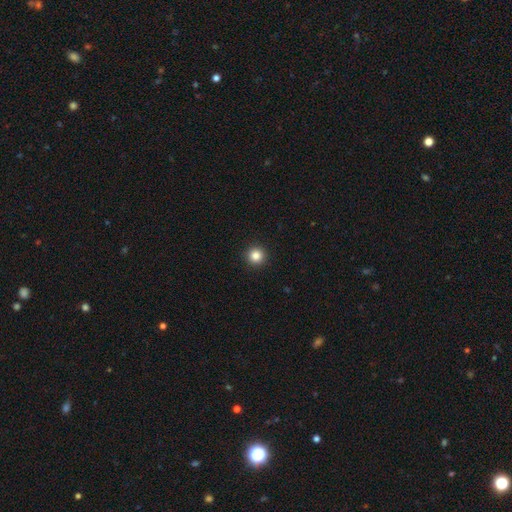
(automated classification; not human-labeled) Q: Smooth or featured?
A: smooth (85%); runner-up: star or artifact (11%)
Q: How rounded?
A: round (96%); runner-up: in between (3%)
Q: Merging?
A: none (94%); runner-up: minor disturbance (4%)